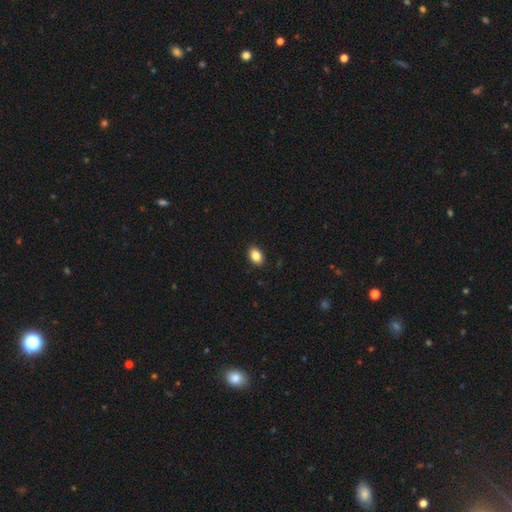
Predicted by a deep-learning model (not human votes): Smooth or featured: smooth — 85% (star or artifact — 9%)
How rounded: in between — 78% (round — 20%)
Merging: none — 91% (minor disturbance — 7%)